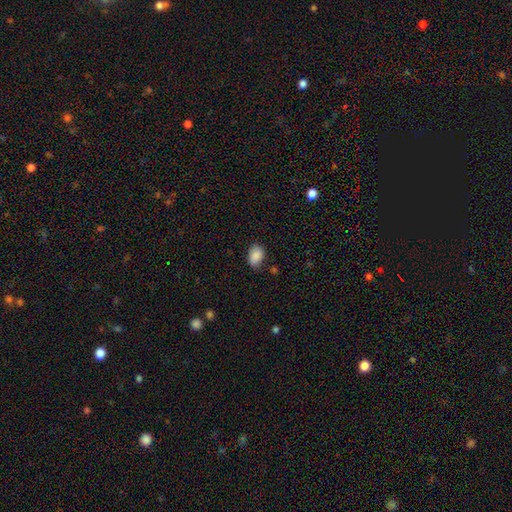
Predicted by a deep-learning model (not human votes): This is clearly a smooth galaxy (88%). How rounded: clearly in between (84%). Merging: likely none (73%).